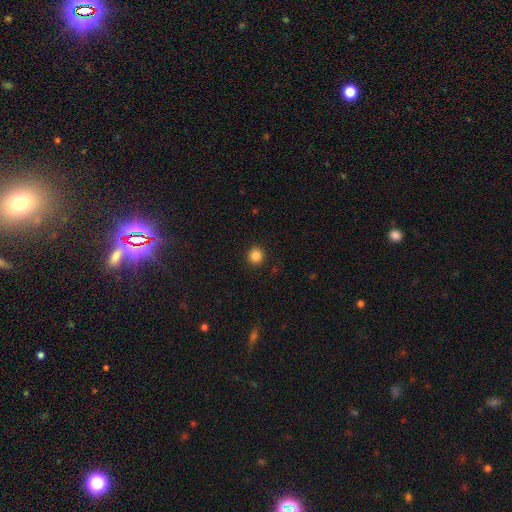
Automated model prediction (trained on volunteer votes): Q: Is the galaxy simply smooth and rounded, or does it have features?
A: smooth — 85%.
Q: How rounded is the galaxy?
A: round — 93%.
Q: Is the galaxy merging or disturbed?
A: none — 92%.